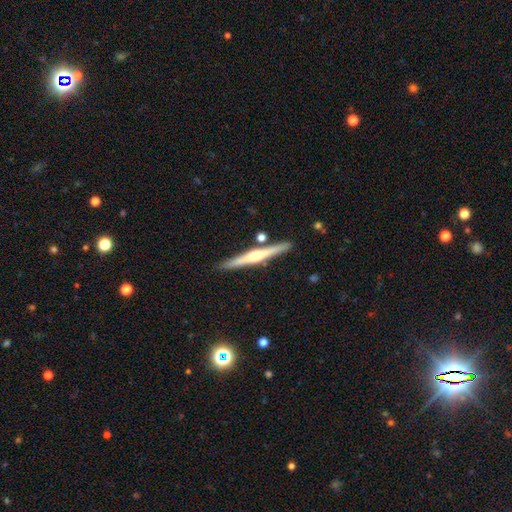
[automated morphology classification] This is likely a featured or disk galaxy (70%). It is clearly viewed edge-on (98%). Edge-on bulge: clearly rounded (84%). Merging: clearly none (87%).